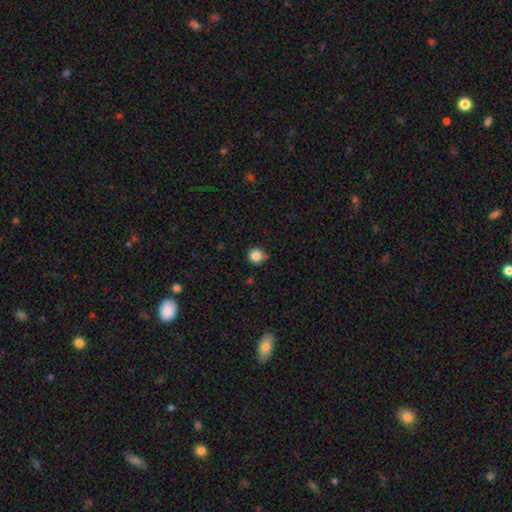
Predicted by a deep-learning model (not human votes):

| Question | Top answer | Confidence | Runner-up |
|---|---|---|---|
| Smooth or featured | smooth | 84% | star or artifact (11%) |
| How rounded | round | 93% | in between (6%) |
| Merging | none | 73% | minor disturbance (20%) |